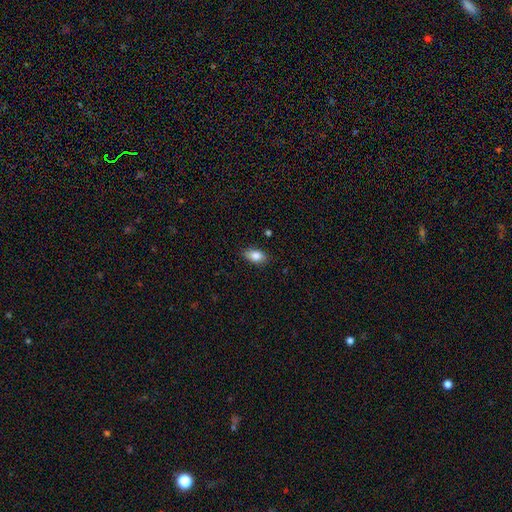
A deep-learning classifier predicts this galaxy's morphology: Q: Smooth or featured?
A: smooth (85%); runner-up: star or artifact (8%)
Q: How rounded?
A: in between (90%); runner-up: round (7%)
Q: Merging?
A: none (84%); runner-up: minor disturbance (12%)